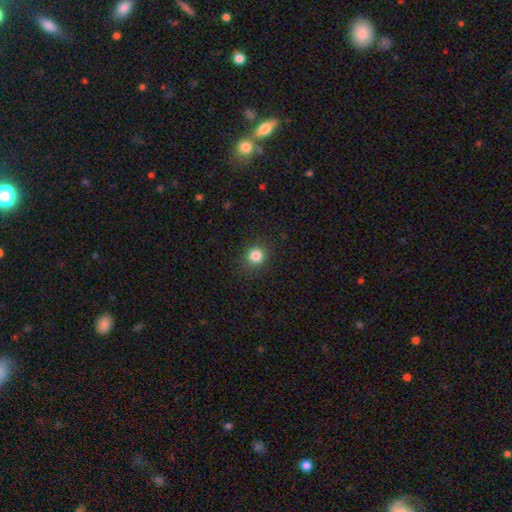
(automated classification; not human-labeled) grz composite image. It shows a smooth galaxy with no disk features (84%) that is round (88%). Merging: none (88%).